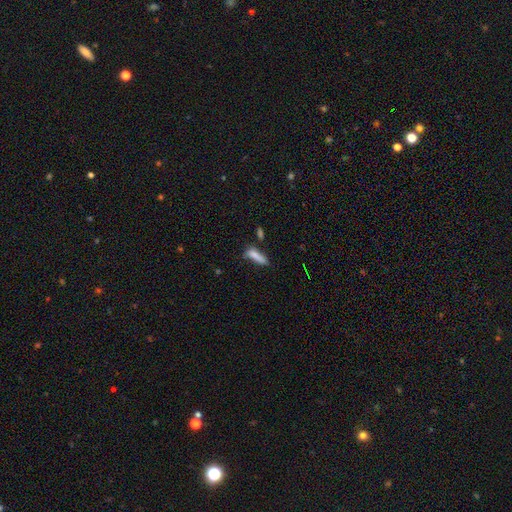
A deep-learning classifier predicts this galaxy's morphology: type=smooth (79%); roundness=cigar-shaped (67%); merging=none (51%).